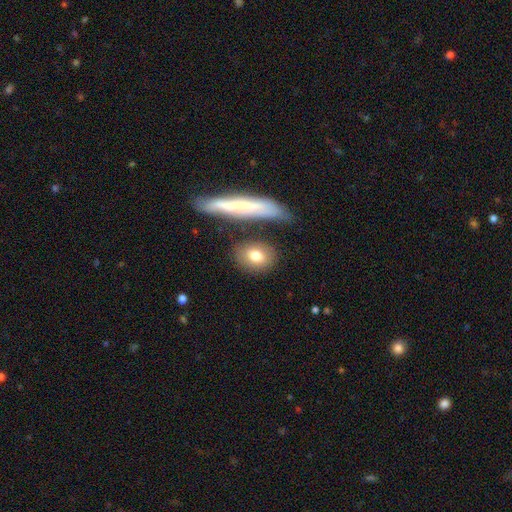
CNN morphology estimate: Smooth or featured?
  - smooth: 77% *
  - featured or disk: 16%
  - star or artifact: 7%
How rounded?
  - in between: 49% *
  - round: 44%
  - cigar-shaped: 7%
Merging?
  - none: 78% *
  - minor disturbance: 11%
  - merger: 7%
  - major disturbance: 4%